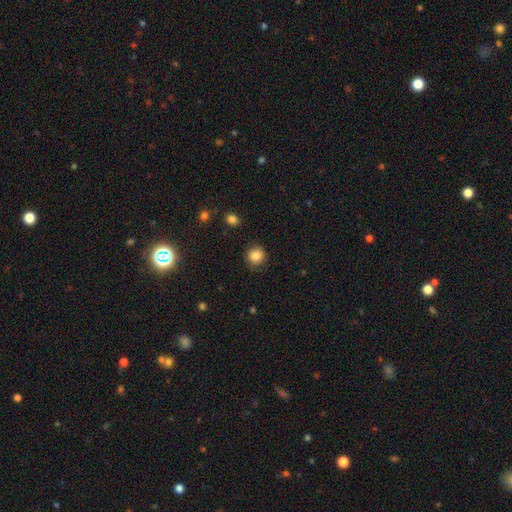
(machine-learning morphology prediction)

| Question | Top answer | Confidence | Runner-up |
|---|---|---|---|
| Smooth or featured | smooth | 85% | star or artifact (10%) |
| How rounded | round | 90% | in between (10%) |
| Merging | none | 88% | minor disturbance (8%) |